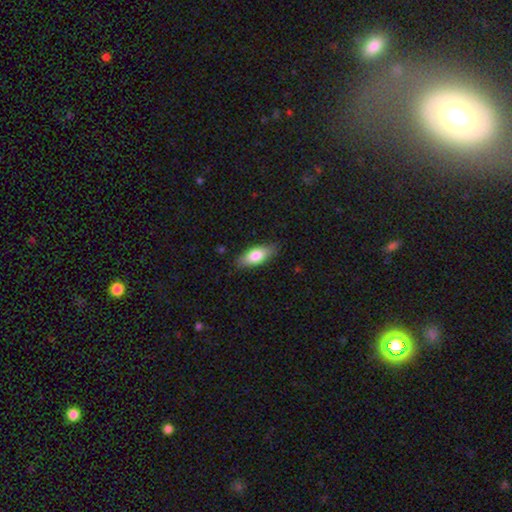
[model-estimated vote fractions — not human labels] A smooth galaxy with no disk features (76%) that is in between round and cigar-shaped (78%). Merging: none (83%).